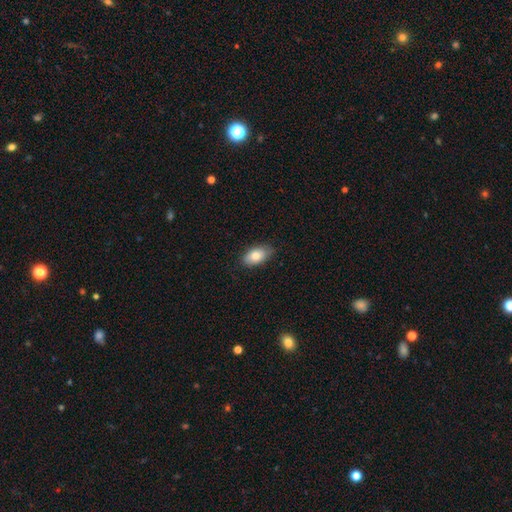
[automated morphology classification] A smooth galaxy with no disk features (80%) that is in between round and cigar-shaped (93%). Merging: none (83%).